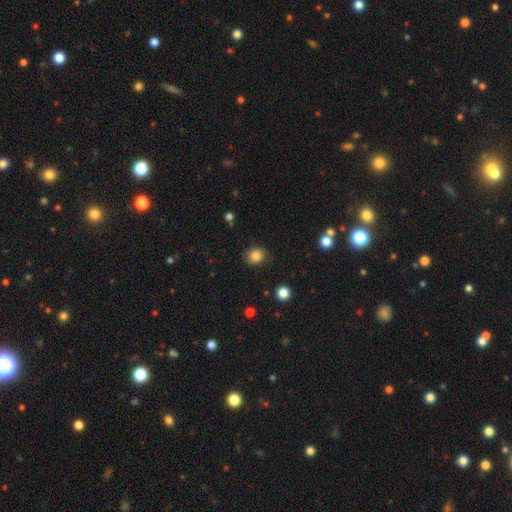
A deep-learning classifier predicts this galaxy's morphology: Smooth or featured: smooth — 83% (star or artifact — 11%)
How rounded: round — 74% (in between — 25%)
Merging: none — 87% (minor disturbance — 10%)